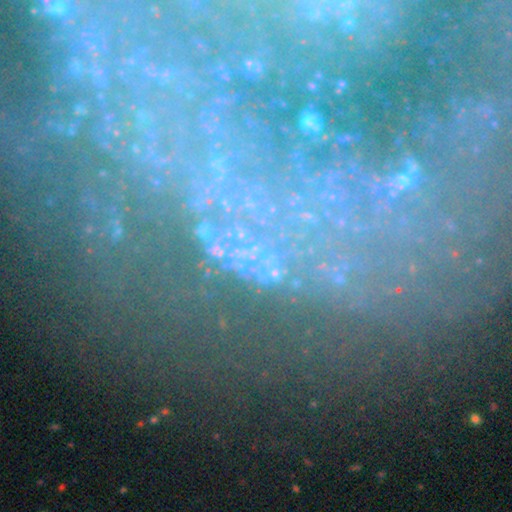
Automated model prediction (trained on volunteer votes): A star or artifact, not a galaxy (49%).

Vote fractions:
- Smooth or featured? star or artifact: 49% / featured or disk: 34% / smooth: 17%